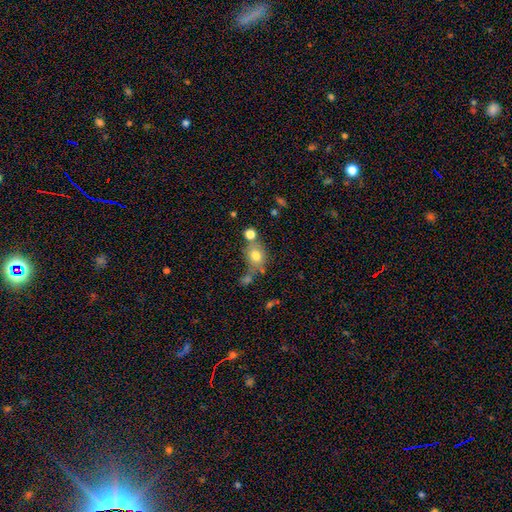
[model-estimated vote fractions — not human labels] Smooth or featured? Predicted: smooth (p=0.73). How rounded? Predicted: round (p=0.54). Merging? Predicted: none (p=0.53).